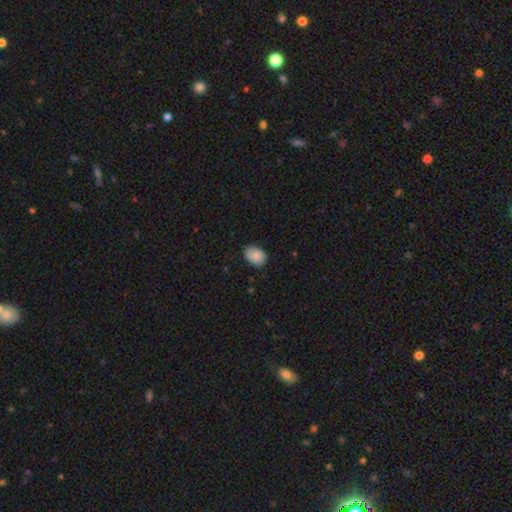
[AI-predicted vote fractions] Q: Smooth or featured?
A: smooth (85%); runner-up: star or artifact (8%)
Q: How rounded?
A: in between (70%); runner-up: round (29%)
Q: Merging?
A: none (72%); runner-up: minor disturbance (23%)